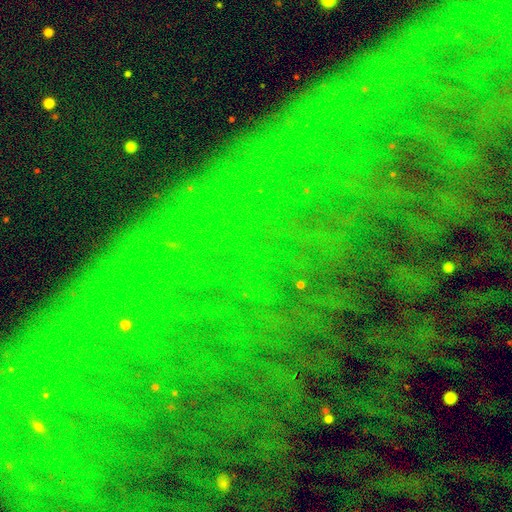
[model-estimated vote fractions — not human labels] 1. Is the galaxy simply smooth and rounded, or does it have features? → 84% star or artifact, 8% smooth, 8% featured or disk.